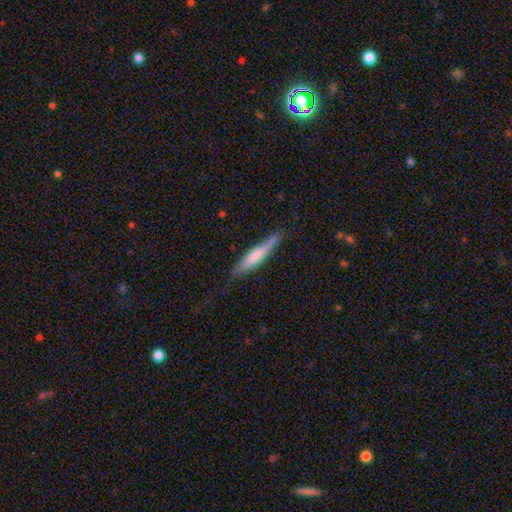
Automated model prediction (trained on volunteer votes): smooth_or_featured: smooth (p=0.62) [alt: featured or disk p=0.32]
how_rounded: cigar-shaped (p=0.89) [alt: in between p=0.10]
merging: none (p=0.73) [alt: minor disturbance p=0.21]